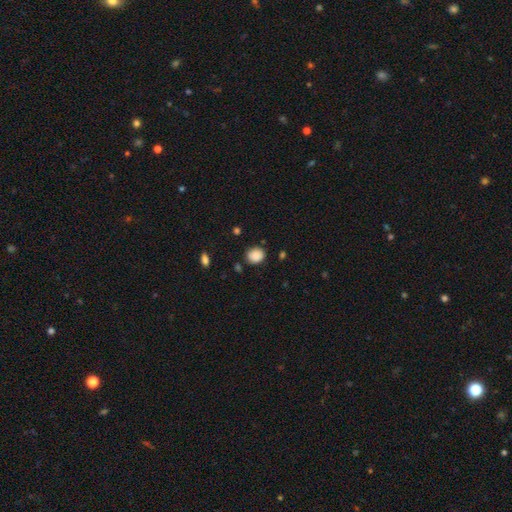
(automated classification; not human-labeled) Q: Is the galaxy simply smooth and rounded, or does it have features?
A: smooth — 88%.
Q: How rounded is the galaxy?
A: round — 69%.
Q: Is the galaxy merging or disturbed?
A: none — 81%.